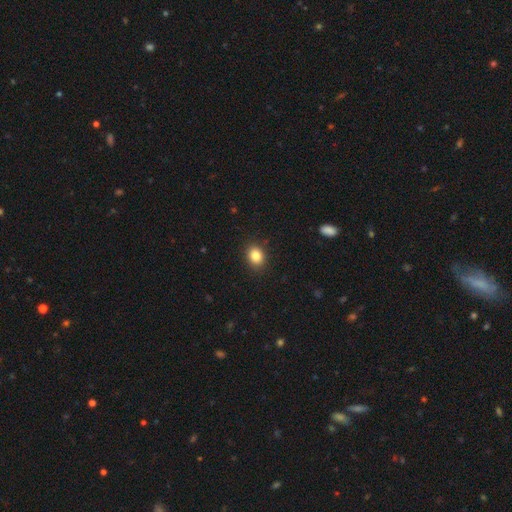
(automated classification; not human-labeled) A smooth galaxy with no disk features (84%) that is round (53%). Merging: none (89%).